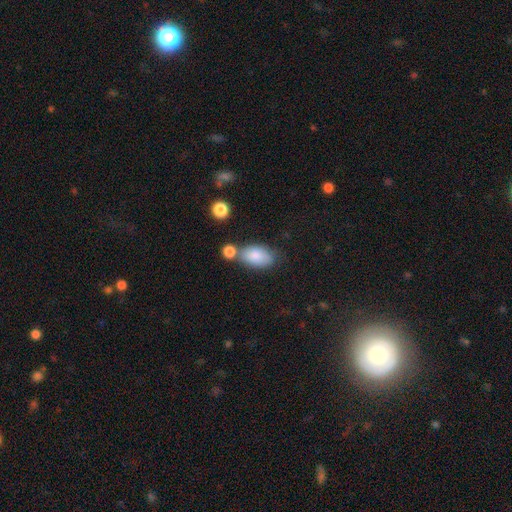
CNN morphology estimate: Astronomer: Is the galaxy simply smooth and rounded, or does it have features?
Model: smooth — 83%.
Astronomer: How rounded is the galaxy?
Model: in between — 91%.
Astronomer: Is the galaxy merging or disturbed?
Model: none — 53%.